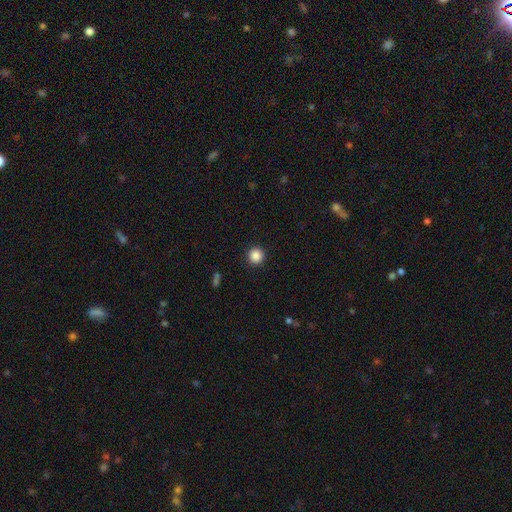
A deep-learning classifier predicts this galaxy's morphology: This appears to be a smooth galaxy with no disk features (87%) that is round (95%). Merging: none (92%).